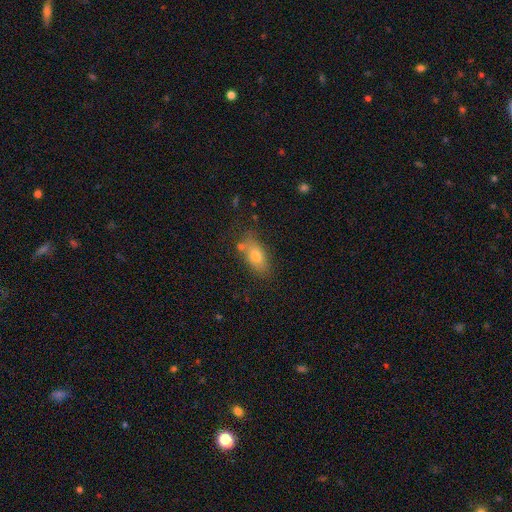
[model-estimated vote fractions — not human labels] smooth 72%, featured or disk 17%, star or artifact 10%. Down the decision tree: how rounded — in between (84%); merging — none (69%).